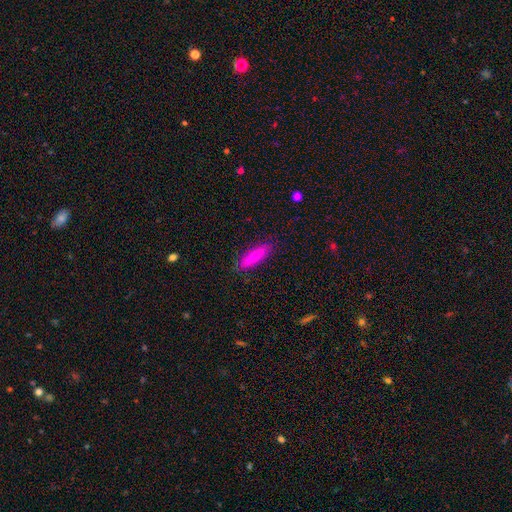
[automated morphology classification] Q: Smooth or featured?
A: smooth (83%); runner-up: featured or disk (10%)
Q: How rounded?
A: cigar-shaped (73%); runner-up: in between (25%)
Q: Merging?
A: none (87%); runner-up: minor disturbance (10%)